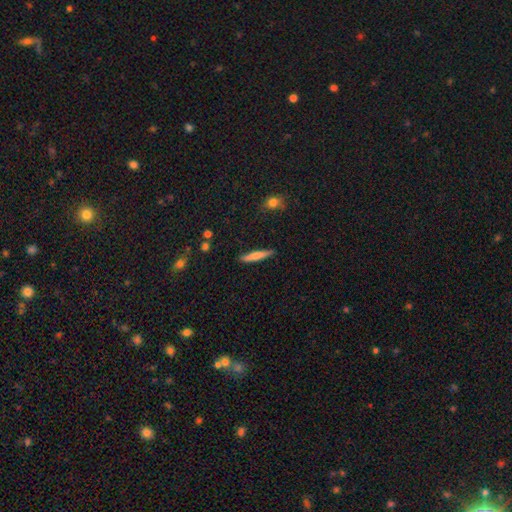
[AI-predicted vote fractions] Smooth or featured: smooth — 69% (featured or disk — 25%)
How rounded: cigar-shaped — 92% (in between — 7%)
Merging: none — 89% (minor disturbance — 8%)